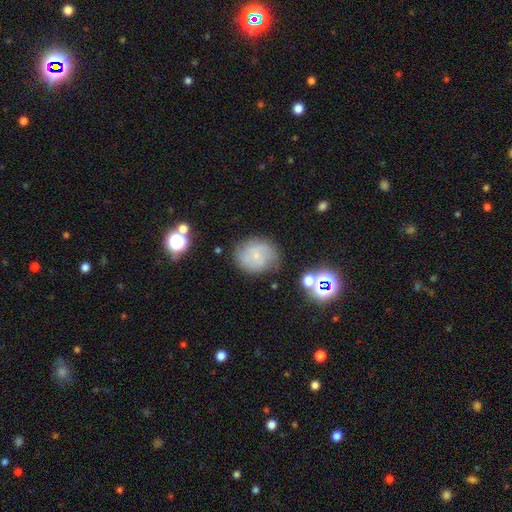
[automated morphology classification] This is possibly a smooth galaxy (54%). How rounded: likely round (73%). Merging: likely none (70%).